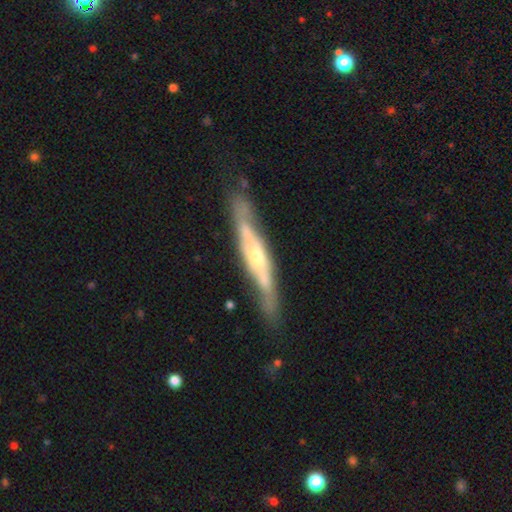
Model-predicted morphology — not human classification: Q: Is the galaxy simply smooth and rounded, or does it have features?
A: featured or disk — 77%.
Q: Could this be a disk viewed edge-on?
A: yes — 73%.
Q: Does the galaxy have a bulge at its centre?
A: rounded — 72%.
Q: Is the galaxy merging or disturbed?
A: none — 75%.